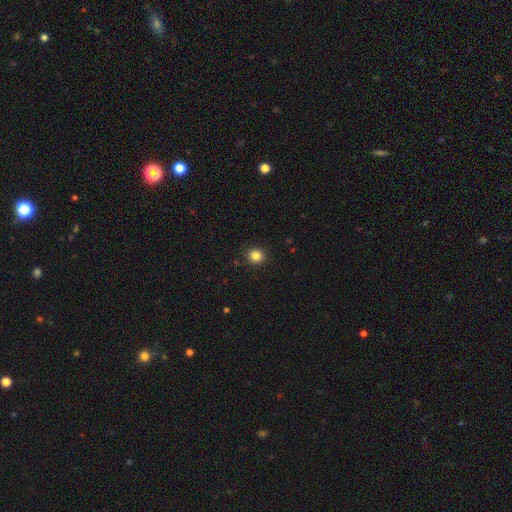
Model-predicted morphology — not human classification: Smooth or featured?
  - smooth: 84% *
  - star or artifact: 11%
  - featured or disk: 4%
How rounded?
  - round: 91% *
  - in between: 8%
  - cigar-shaped: 1%
Merging?
  - none: 91% *
  - minor disturbance: 6%
  - major disturbance: 2%
  - merger: 1%